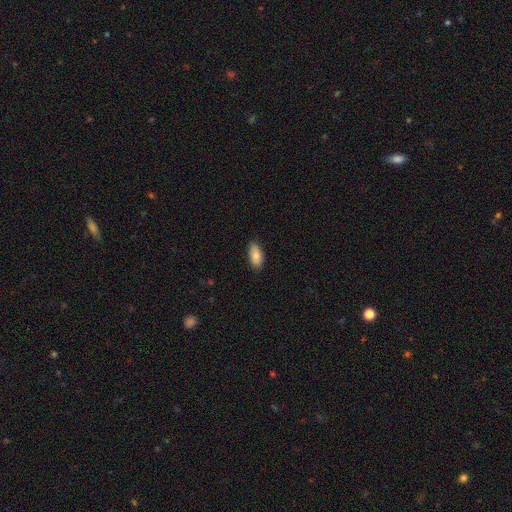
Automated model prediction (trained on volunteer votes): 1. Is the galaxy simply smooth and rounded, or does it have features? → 81% smooth, 12% featured or disk, 7% star or artifact.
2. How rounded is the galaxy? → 92% in between, 5% cigar-shaped, 3% round.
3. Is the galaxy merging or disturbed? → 82% none, 15% minor disturbance, 2% major disturbance, 1% merger.